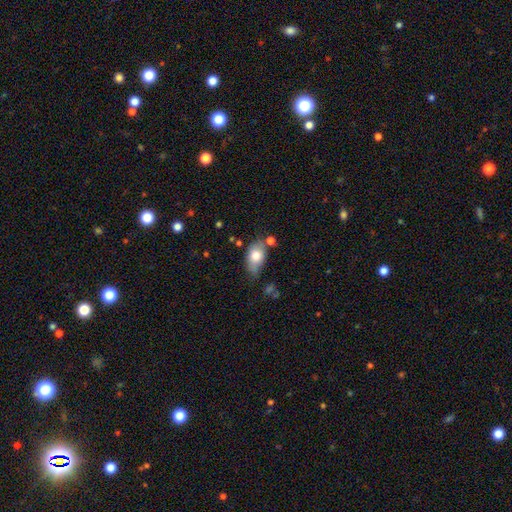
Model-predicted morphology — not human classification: This appears to be a smooth galaxy with no disk features (74%) that is in between round and cigar-shaped (86%). Merging: none (53%).